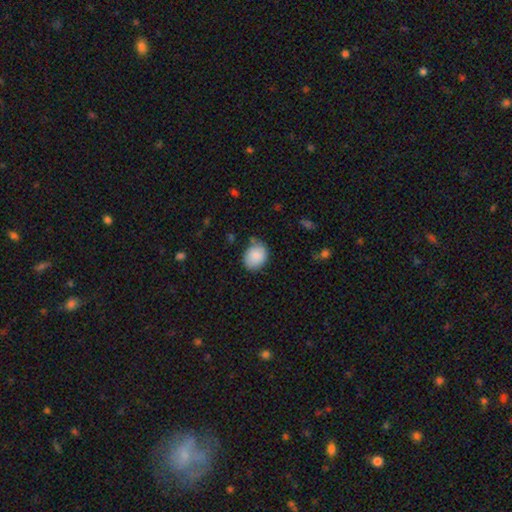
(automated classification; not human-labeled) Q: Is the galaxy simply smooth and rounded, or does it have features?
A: smooth — 87%.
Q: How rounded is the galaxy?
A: round — 51%.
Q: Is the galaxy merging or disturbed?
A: none — 75%.